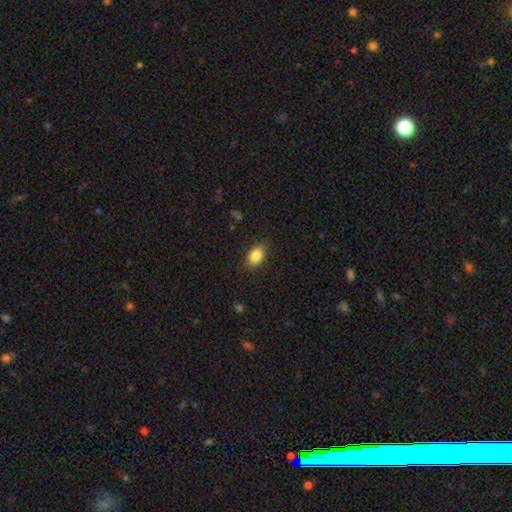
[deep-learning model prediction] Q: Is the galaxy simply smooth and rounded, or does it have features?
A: smooth — 85%.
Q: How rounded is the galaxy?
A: in between — 80%.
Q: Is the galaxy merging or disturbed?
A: none — 83%.